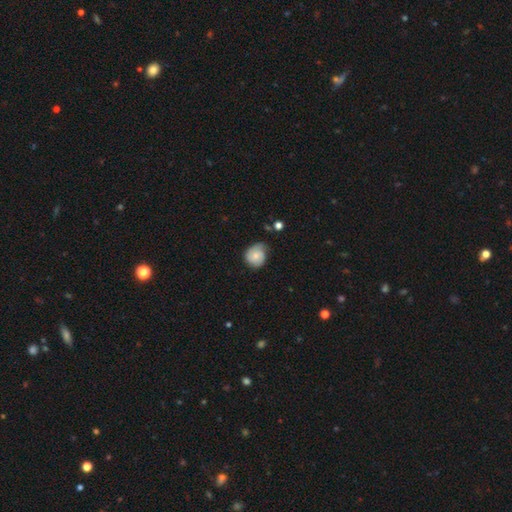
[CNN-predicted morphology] This appears to be a smooth galaxy with no disk features (62%) that is round (76%). Merging: none (49%).